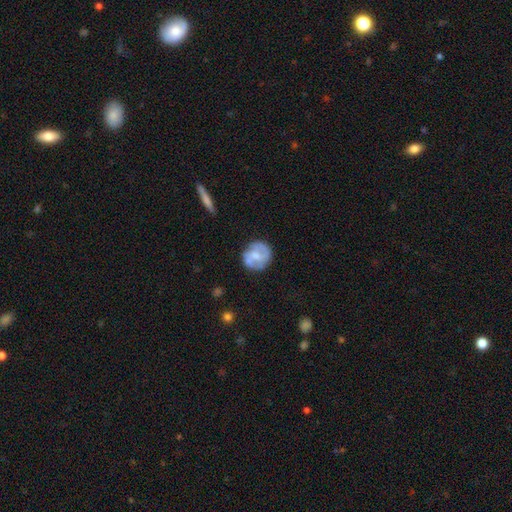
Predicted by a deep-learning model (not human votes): Smooth or featured? featured or disk (60%)
Edge-on disk? no (97%)
Bar? no (44%)
Spiral arms? yes (79%)
Bulge size? moderate (47%)
Merging? none (74%)